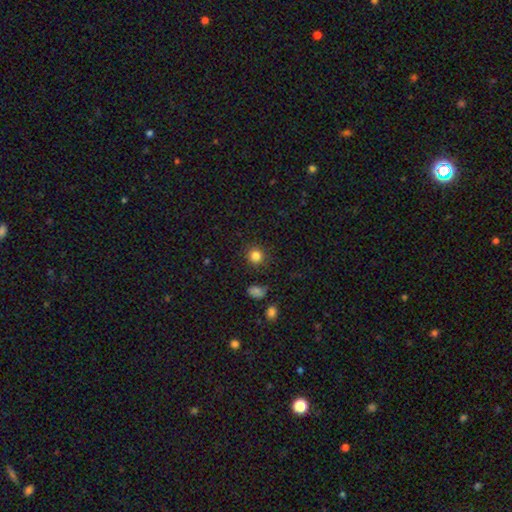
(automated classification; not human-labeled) Smooth or featured: smooth — 83% (star or artifact — 12%)
How rounded: round — 89% (in between — 10%)
Merging: none — 88% (minor disturbance — 8%)